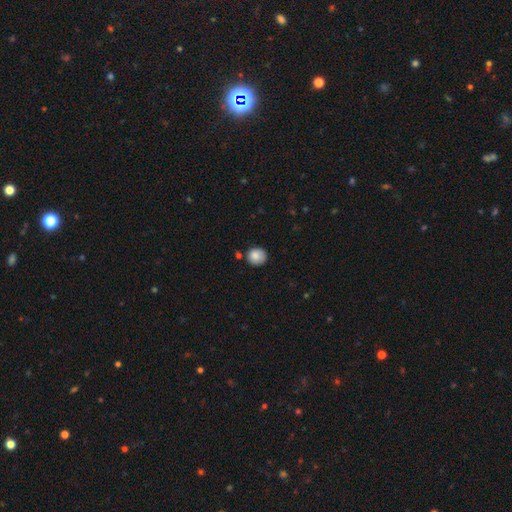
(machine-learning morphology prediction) smooth-or-featured: smooth: 86% | star or artifact: 8% | featured or disk: 6%
  how-rounded: round: 85% | in between: 15% | cigar-shaped: 1%
  merging: none: 76% | minor disturbance: 16% | merger: 5% | major disturbance: 3%